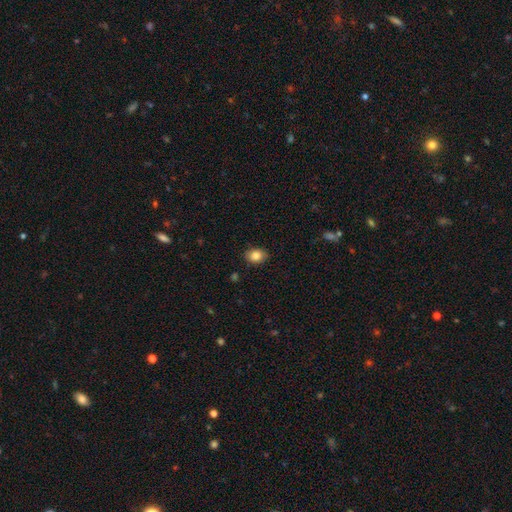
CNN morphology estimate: A smooth galaxy with no disk features (85%) that is in between round and cigar-shaped (67%).

Vote fractions:
- Smooth or featured? smooth: 85% / star or artifact: 9% / featured or disk: 7%
- How rounded? in between: 67% / round: 32% / cigar-shaped: 1%
- Merging? none: 87% / minor disturbance: 10% / major disturbance: 2% / merger: 1%